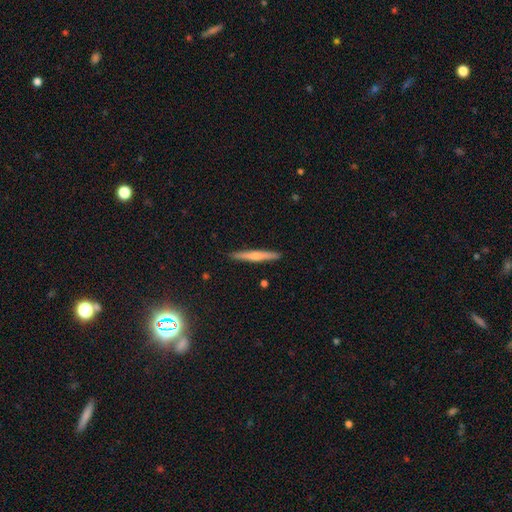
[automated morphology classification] Smooth or featured?
  - smooth: 51% *
  - featured or disk: 43%
  - star or artifact: 6%
How rounded?
  - cigar-shaped: 95% *
  - in between: 3%
  - round: 1%
Merging?
  - none: 91% *
  - minor disturbance: 7%
  - major disturbance: 1%
  - merger: 1%